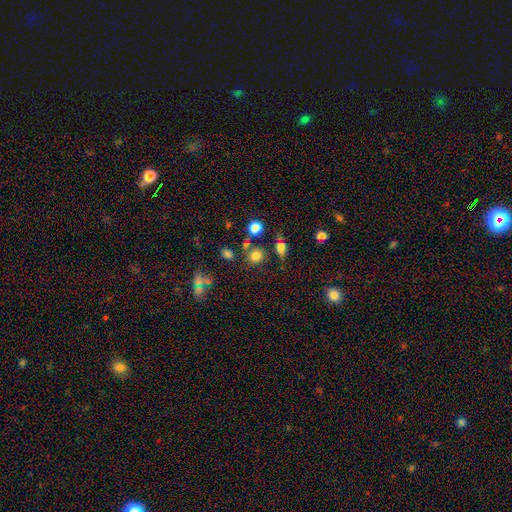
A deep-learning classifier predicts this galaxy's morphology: This is likely a smooth galaxy (77%). How rounded: likely round (78%). Merging: likely none (72%).